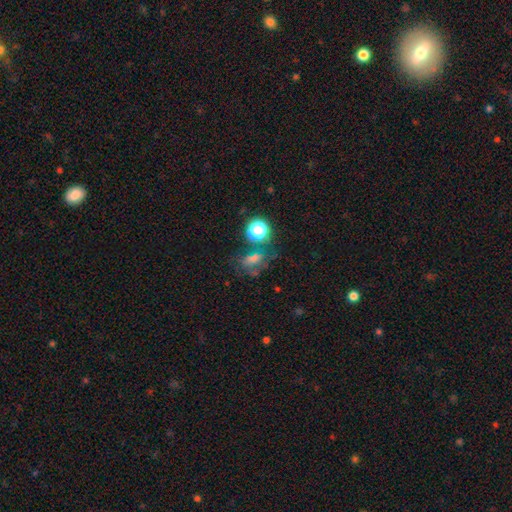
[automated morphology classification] The model was most divided on "smooth or featured": star or artifact: 40%, smooth: 37%, featured or disk: 24%.